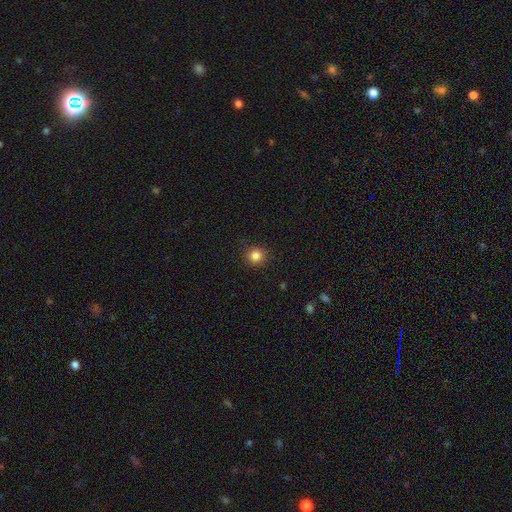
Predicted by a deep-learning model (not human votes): The model was most divided on "smooth or featured": smooth: 84%, star or artifact: 12%, featured or disk: 4%. More confident: how rounded — round (91%); merging — none (90%).